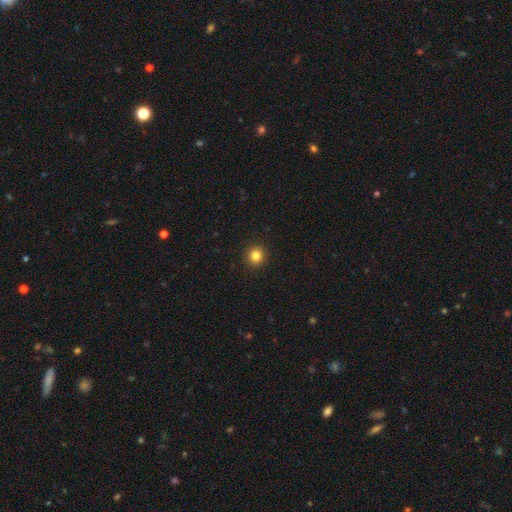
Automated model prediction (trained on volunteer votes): A smooth galaxy with no disk features (84%) that is round (91%).

Vote fractions:
- Smooth or featured? smooth: 84% / star or artifact: 12% / featured or disk: 5%
- How rounded? round: 91% / in between: 9% / cigar-shaped: 1%
- Merging? none: 93% / minor disturbance: 5% / major disturbance: 2% / merger: 1%